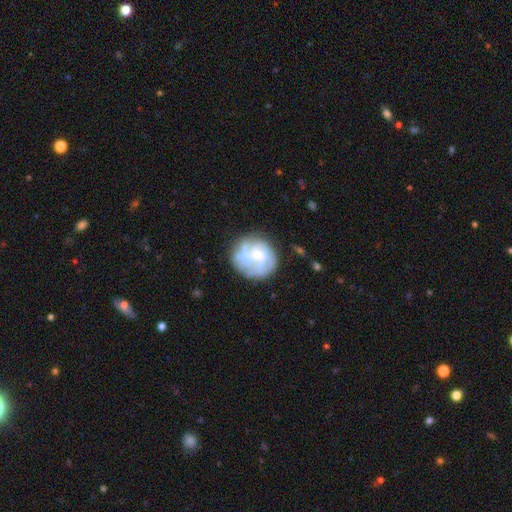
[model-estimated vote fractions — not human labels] The model was most divided on "spiral arm count": can't tell: 39%, 3: 22%, 4: 15%, 2: 12%, more than 4: 6%, 1: 5%. More confident: edge-on disk — no (98%); spiral arms — yes (79%); bar — no (74%); smooth or featured — featured or disk (69%); merging — none (68%); bulge size — small (54%); spiral winding — tight (54%).